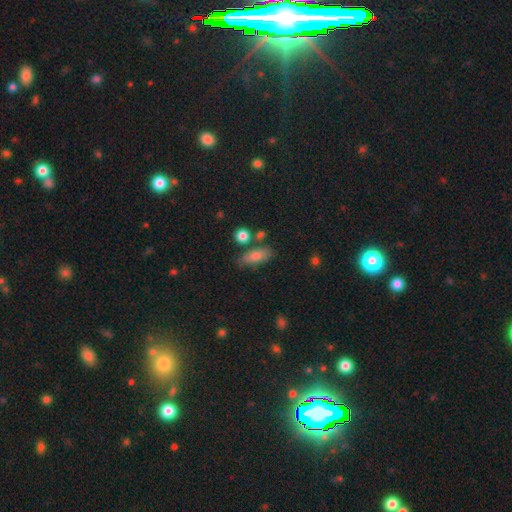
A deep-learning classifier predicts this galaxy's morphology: A smooth galaxy with no disk features (78%) that is in between round and cigar-shaped (74%).

Vote fractions:
- Smooth or featured? smooth: 78% / featured or disk: 12% / star or artifact: 9%
- How rounded? in between: 74% / cigar-shaped: 21% / round: 5%
- Merging? none: 70% / minor disturbance: 17% / merger: 8% / major disturbance: 5%